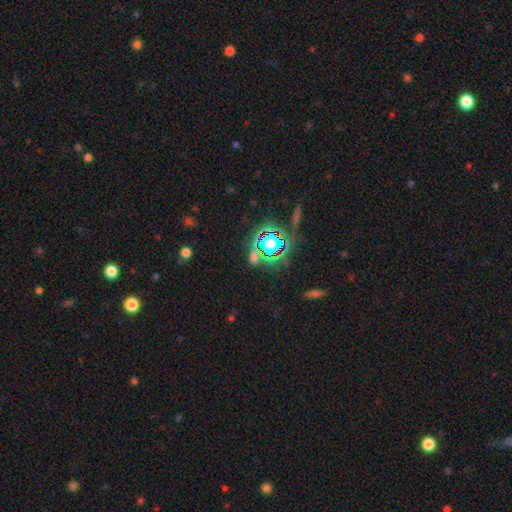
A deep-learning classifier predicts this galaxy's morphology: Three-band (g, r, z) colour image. It shows a star or artifact, not a galaxy (75%).